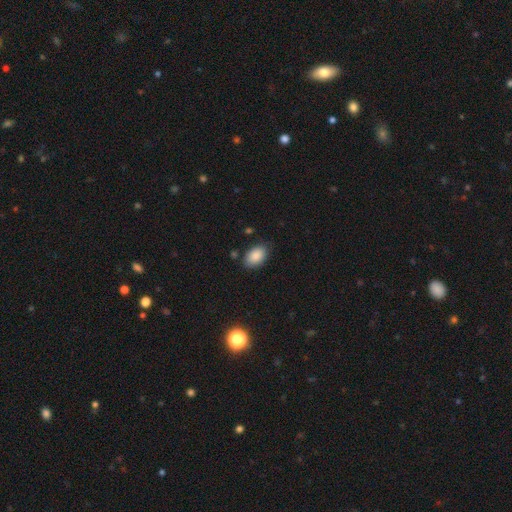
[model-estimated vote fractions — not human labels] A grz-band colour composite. It shows a smooth galaxy with no disk features (88%) that is in between round and cigar-shaped (91%). Merging: none (80%).